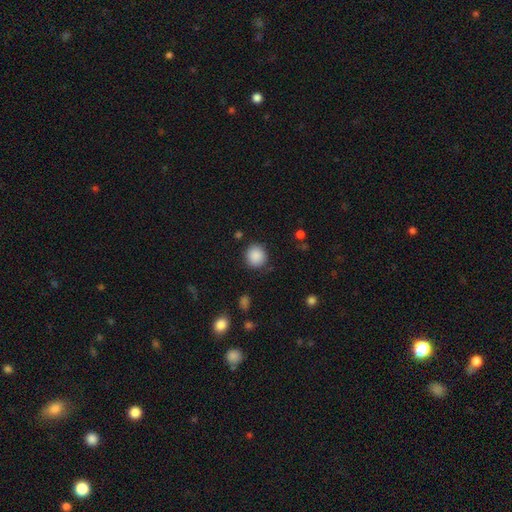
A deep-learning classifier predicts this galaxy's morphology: smooth_or_featured: smooth (p=0.88) [alt: star or artifact p=0.08]
how_rounded: round (p=0.89) [alt: in between p=0.10]
merging: none (p=0.86) [alt: minor disturbance p=0.09]